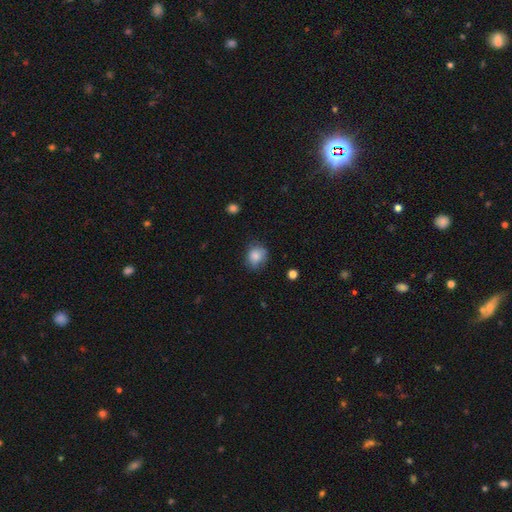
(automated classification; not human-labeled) A smooth galaxy with no disk features (83%) that is round (66%).

Vote fractions:
- Smooth or featured? smooth: 83% / star or artifact: 9% / featured or disk: 8%
- How rounded? round: 66% / in between: 33% / cigar-shaped: 1%
- Merging? none: 65% / minor disturbance: 26% / major disturbance: 7% / merger: 2%